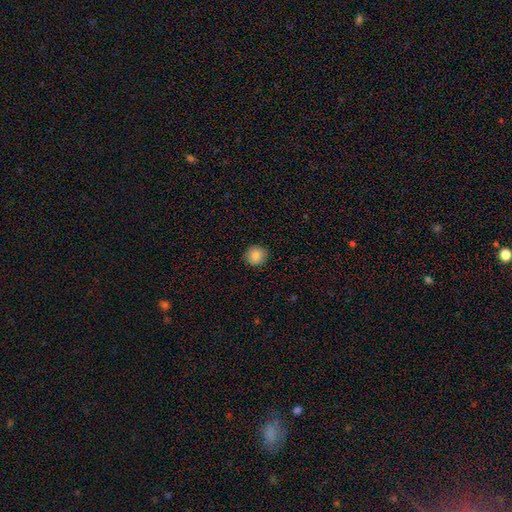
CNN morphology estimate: smooth-or-featured: smooth: 86% | star or artifact: 9% | featured or disk: 5%
  how-rounded: round: 90% | in between: 9% | cigar-shaped: 1%
  merging: none: 90% | minor disturbance: 7% | major disturbance: 2% | merger: 1%